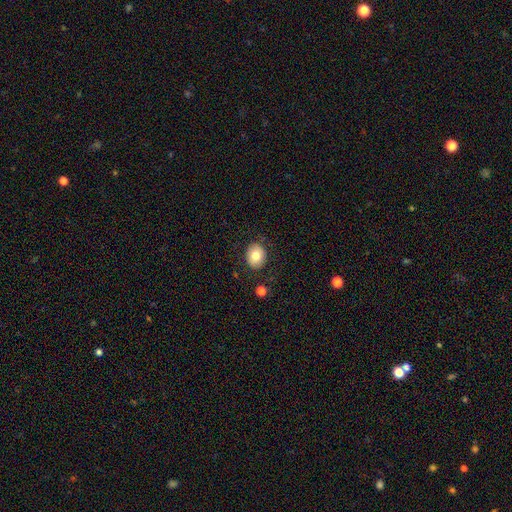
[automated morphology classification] Smooth or featured: smooth — 81% (featured or disk — 11%)
How rounded: round — 56% (in between — 44%)
Merging: none — 86% (minor disturbance — 10%)